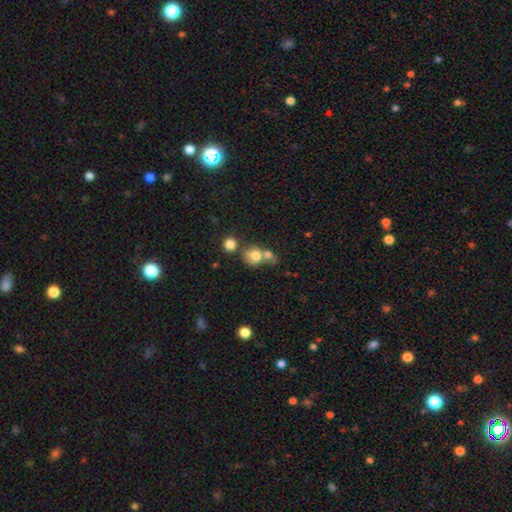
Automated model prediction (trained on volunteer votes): Morphology: type=smooth (72%); roundness=round (69%); merging=merger (54%).